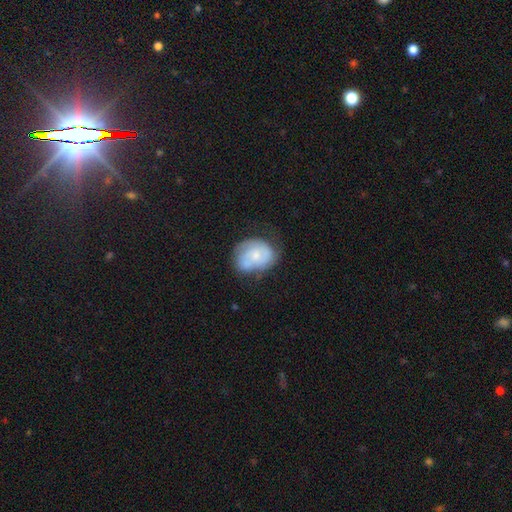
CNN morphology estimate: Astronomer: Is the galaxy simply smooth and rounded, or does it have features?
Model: featured or disk — 50% (runner-up: smooth, 43%).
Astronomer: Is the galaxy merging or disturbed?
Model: none — 52% (runner-up: minor disturbance, 28%).